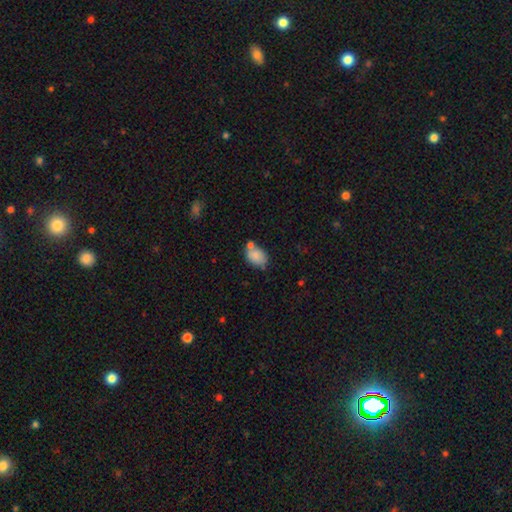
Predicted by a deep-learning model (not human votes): Smooth or featured? Predicted: smooth (p=0.81). How rounded? Predicted: in between (p=0.74). Merging? Predicted: none (p=0.52).